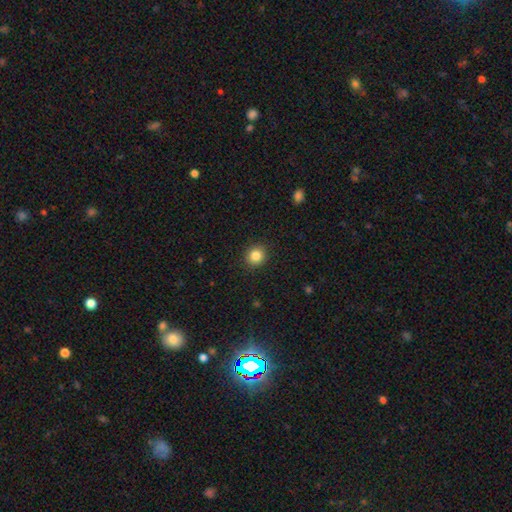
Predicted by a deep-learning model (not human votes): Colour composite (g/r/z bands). It shows a smooth galaxy with no disk features (85%) that is round (89%). Merging: none (92%).